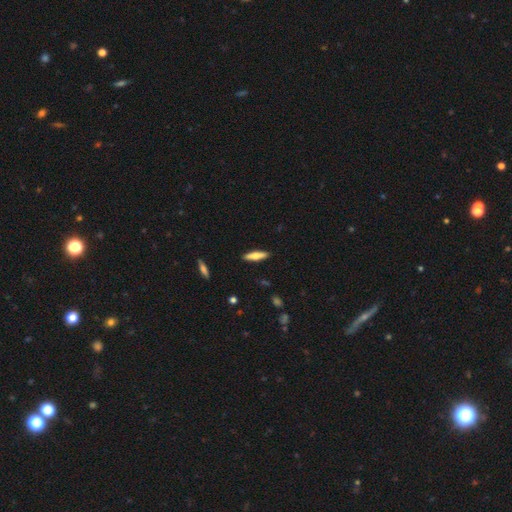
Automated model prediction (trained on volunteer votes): Q: Smooth or featured?
A: smooth (59%); runner-up: featured or disk (35%)
Q: How rounded?
A: cigar-shaped (72%); runner-up: in between (26%)
Q: Merging?
A: none (90%); runner-up: minor disturbance (7%)